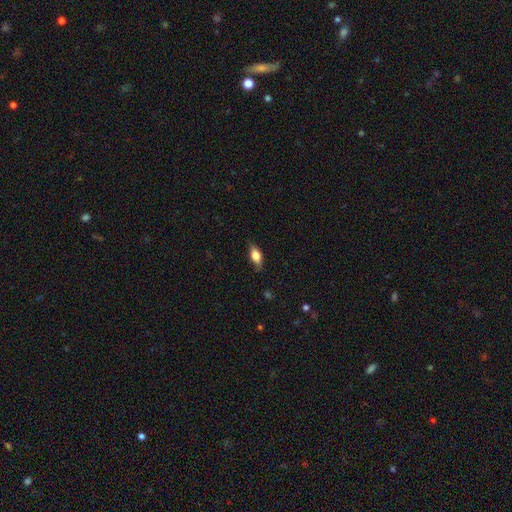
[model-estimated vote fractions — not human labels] Smooth or featured?
  - smooth: 66% *
  - featured or disk: 26%
  - star or artifact: 8%
How rounded?
  - in between: 79% *
  - cigar-shaped: 16%
  - round: 6%
Merging?
  - none: 76% *
  - minor disturbance: 19%
  - major disturbance: 4%
  - merger: 1%